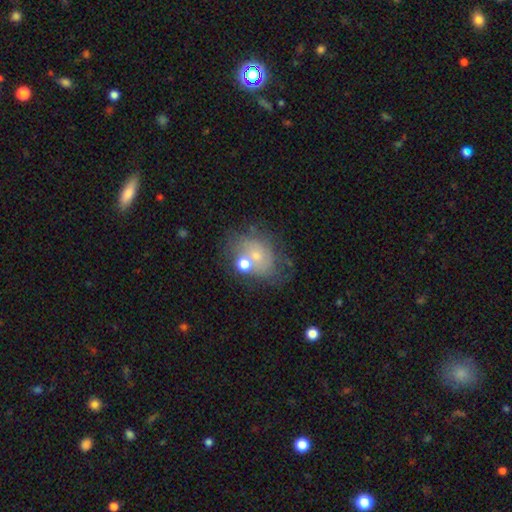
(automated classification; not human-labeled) The model was most divided on "smooth or featured": featured or disk: 43%, smooth: 40%, star or artifact: 16%. Remaining: merging — none (50%).